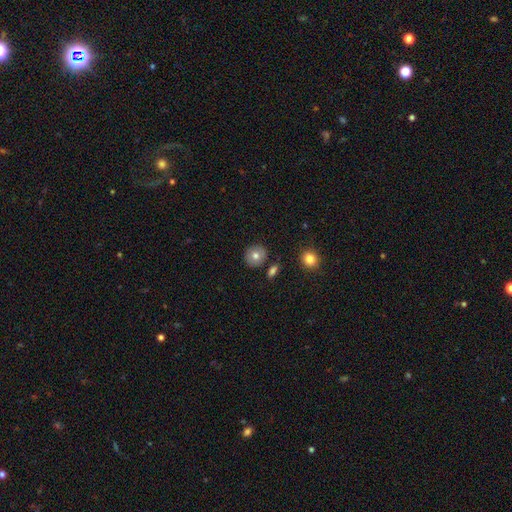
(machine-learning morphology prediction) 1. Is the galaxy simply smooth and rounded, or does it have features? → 75% smooth, 16% featured or disk, 9% star or artifact.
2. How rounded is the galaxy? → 88% round, 11% in between, 1% cigar-shaped.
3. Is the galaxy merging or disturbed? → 86% none, 8% minor disturbance, 4% merger, 2% major disturbance.